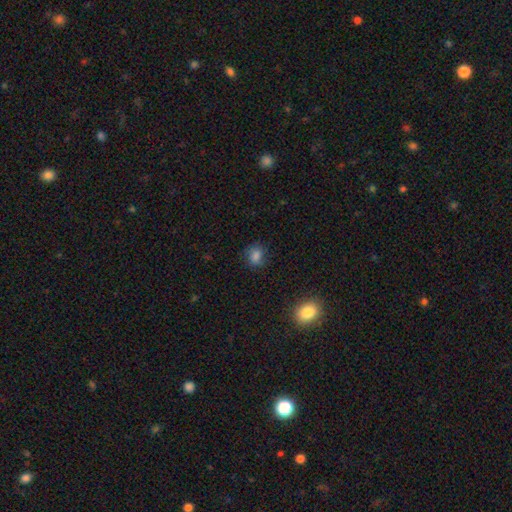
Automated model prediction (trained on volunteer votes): This appears to be a smooth galaxy with no disk features (80%) that is round (54%). Merging: none (76%).